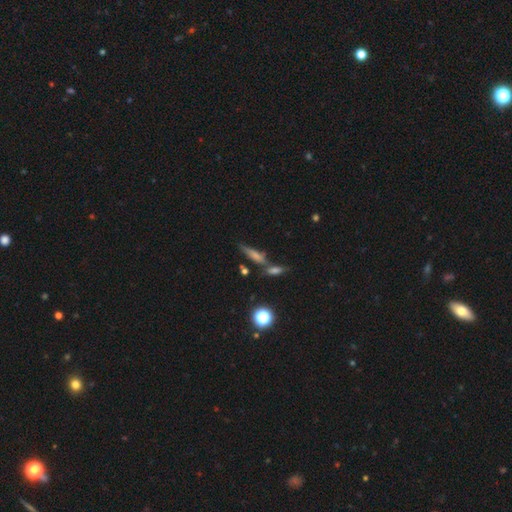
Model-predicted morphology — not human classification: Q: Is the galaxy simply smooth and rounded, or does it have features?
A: featured or disk — 40%, tied with smooth.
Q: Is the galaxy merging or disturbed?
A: none — 57%.